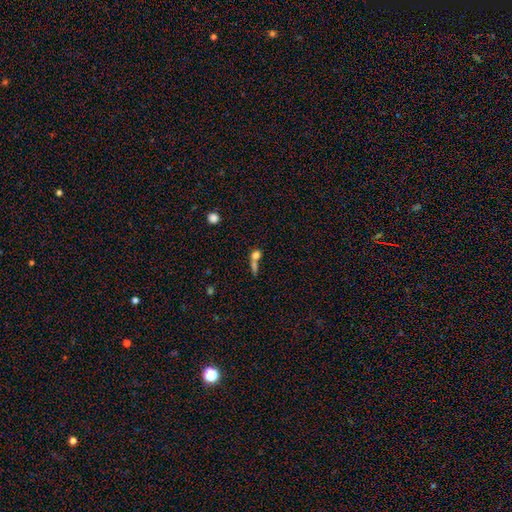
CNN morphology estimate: Q: Smooth or featured?
A: smooth (71%); runner-up: featured or disk (15%)
Q: How rounded?
A: round (59%); runner-up: in between (31%)
Q: Merging?
A: merger (57%); runner-up: none (29%)